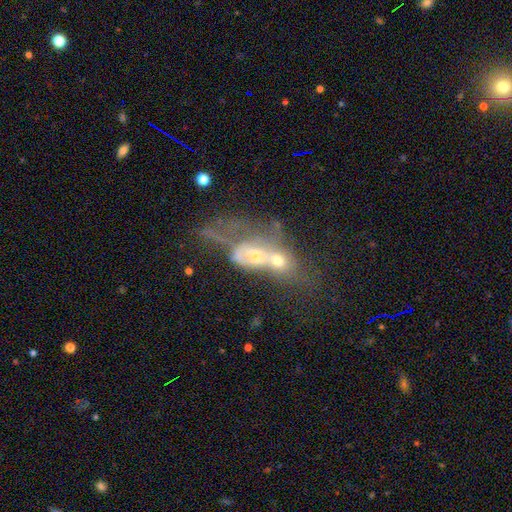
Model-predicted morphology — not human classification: featured or disk 56%, smooth 31%, star or artifact 13%. Down the decision tree: edge-on disk — no (91%); bar — no (81%); spiral arms — no (73%); bulge size — moderate (50%); merging — merger (76%).